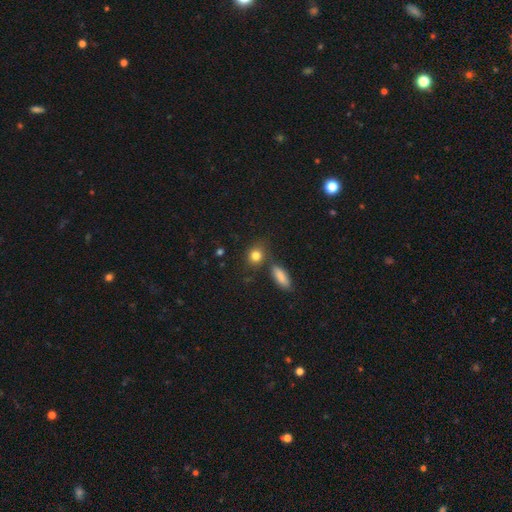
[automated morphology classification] A smooth galaxy with no disk features (83%) that is round (64%).

Vote fractions:
- Smooth or featured? smooth: 83% / star or artifact: 10% / featured or disk: 7%
- How rounded? round: 64% / in between: 33% / cigar-shaped: 3%
- Merging? none: 72% / minor disturbance: 12% / merger: 12% / major disturbance: 4%